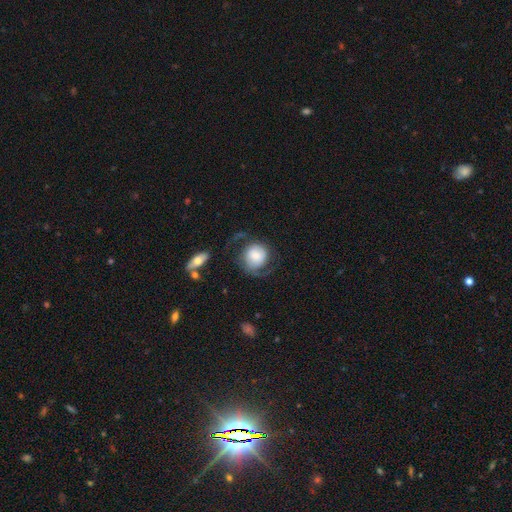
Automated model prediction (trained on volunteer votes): The model was most divided on "smooth or featured": smooth: 49%, featured or disk: 44%, star or artifact: 7%. Remaining: merging — none (49%).